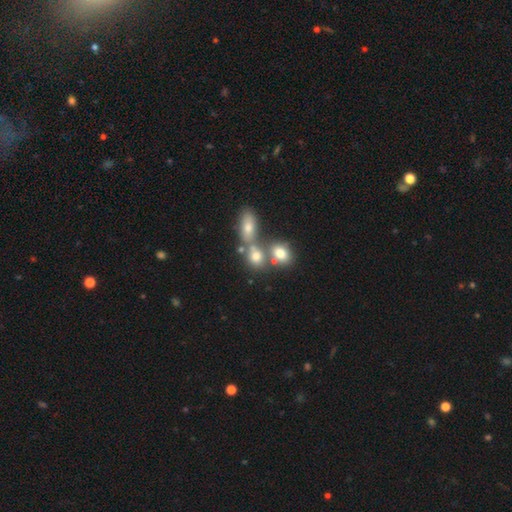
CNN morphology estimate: smooth 71%, featured or disk 16%, star or artifact 13%. Down the decision tree: how rounded — round (49%); merging — merger (47%).